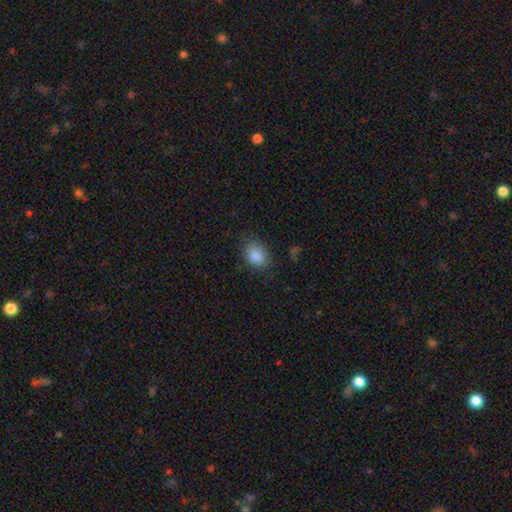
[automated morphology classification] A smooth galaxy with no disk features (87%) that is in between round and cigar-shaped (61%).

Vote fractions:
- Smooth or featured? smooth: 87% / star or artifact: 8% / featured or disk: 5%
- How rounded? in between: 61% / round: 38% / cigar-shaped: 1%
- Merging? none: 80% / minor disturbance: 15% / major disturbance: 4% / merger: 1%